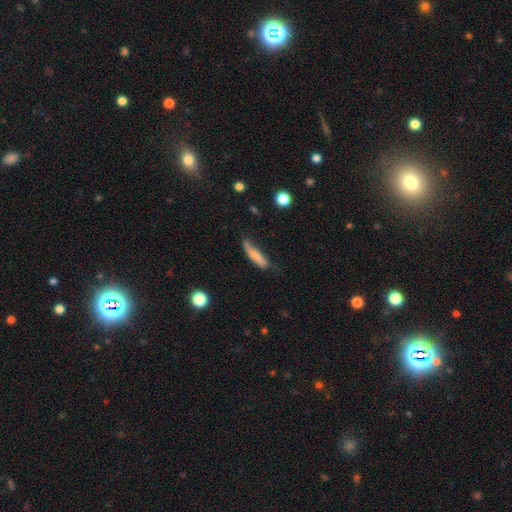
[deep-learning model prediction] Smooth or featured?
  - smooth: 71% *
  - featured or disk: 23%
  - star or artifact: 6%
How rounded?
  - cigar-shaped: 78% *
  - in between: 20%
  - round: 2%
Merging?
  - none: 50% *
  - minor disturbance: 35%
  - major disturbance: 11%
  - merger: 4%